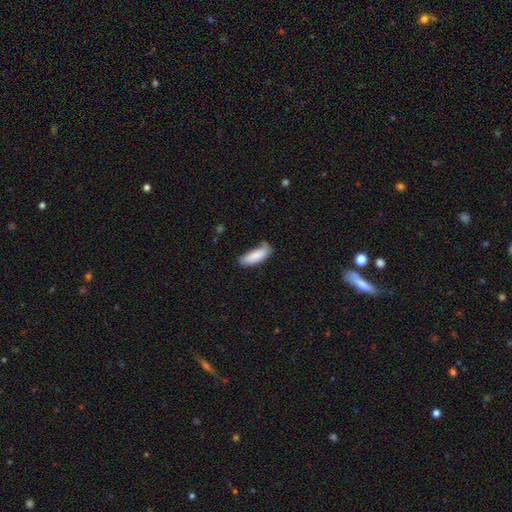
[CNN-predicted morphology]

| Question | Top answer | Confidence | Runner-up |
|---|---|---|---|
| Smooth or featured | smooth | 84% | featured or disk (10%) |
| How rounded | in between | 66% | cigar-shaped (33%) |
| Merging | none | 58% | minor disturbance (30%) |